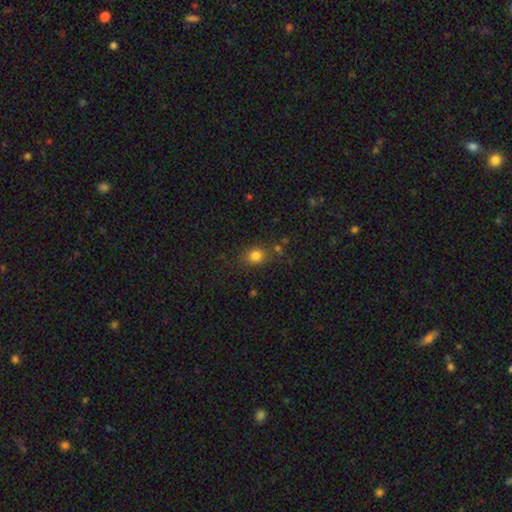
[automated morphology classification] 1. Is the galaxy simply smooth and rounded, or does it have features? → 80% smooth, 13% star or artifact, 7% featured or disk.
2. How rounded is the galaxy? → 71% round, 28% in between, 1% cigar-shaped.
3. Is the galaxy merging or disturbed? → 76% none, 14% minor disturbance, 5% merger, 5% major disturbance.